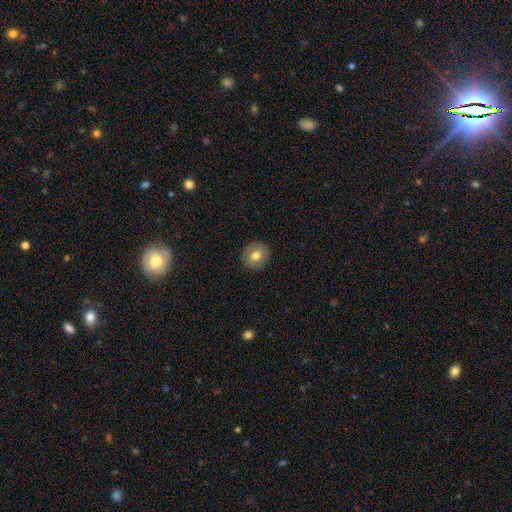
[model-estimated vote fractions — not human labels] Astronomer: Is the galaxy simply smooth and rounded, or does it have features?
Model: smooth — 70%.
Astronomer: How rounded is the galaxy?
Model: round — 82%.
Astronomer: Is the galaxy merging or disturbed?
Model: none — 90%.